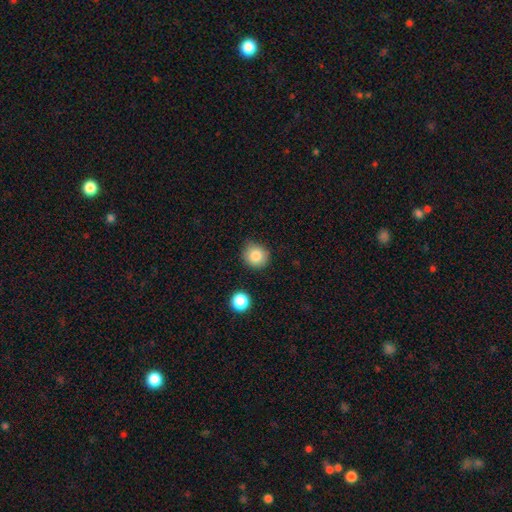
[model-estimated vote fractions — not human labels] This appears to be a smooth galaxy with no disk features (83%) that is round (90%). Merging: none (83%).